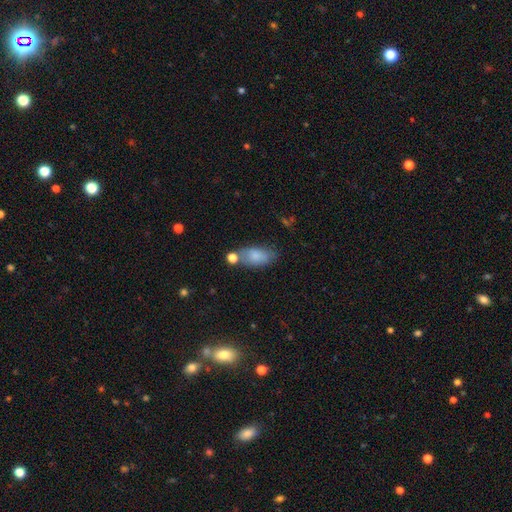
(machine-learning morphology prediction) This is clearly a smooth galaxy (80%). How rounded: clearly in between (88%). Merging: possibly none (60%).